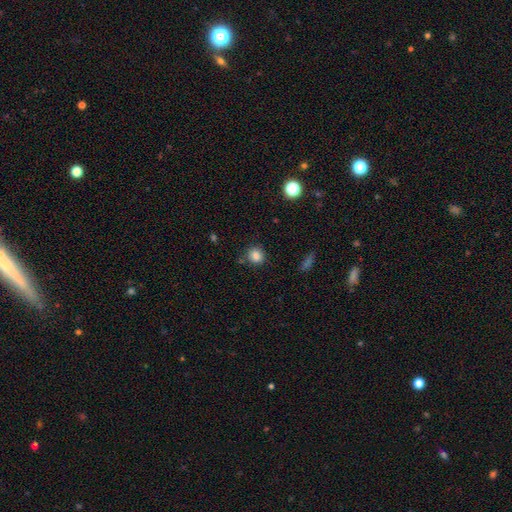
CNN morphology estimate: Smooth or featured: smooth — 84% (star or artifact — 11%)
How rounded: round — 85% (in between — 14%)
Merging: none — 82% (minor disturbance — 11%)